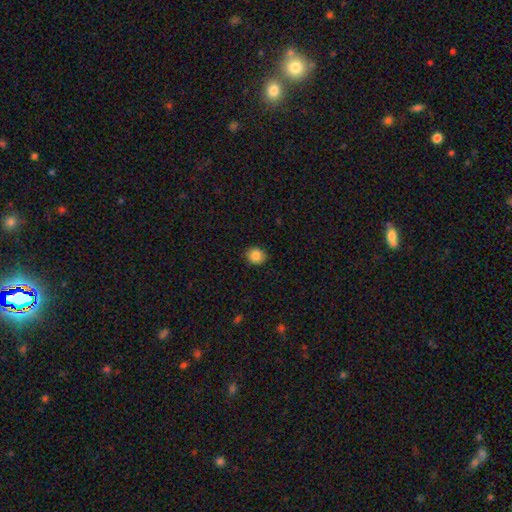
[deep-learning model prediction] smooth_or_featured: smooth (p=0.86) [alt: star or artifact p=0.09]
how_rounded: round (p=0.74) [alt: in between p=0.25]
merging: none (p=0.88) [alt: minor disturbance p=0.09]